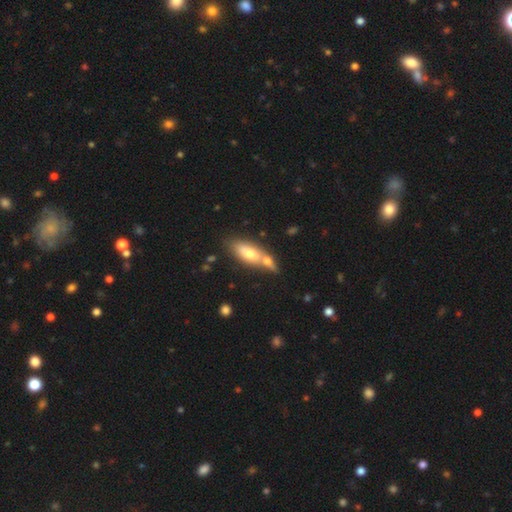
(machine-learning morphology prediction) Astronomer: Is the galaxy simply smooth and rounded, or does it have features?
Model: smooth — 62%.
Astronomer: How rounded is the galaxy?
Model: in between — 68%.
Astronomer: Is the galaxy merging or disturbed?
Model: none — 50% (runner-up: merger, 33%).